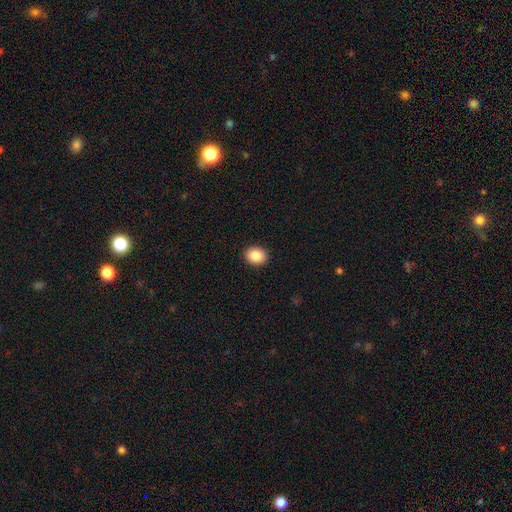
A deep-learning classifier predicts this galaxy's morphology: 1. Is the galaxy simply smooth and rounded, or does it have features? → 88% smooth, 8% star or artifact, 4% featured or disk.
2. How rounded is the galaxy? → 58% round, 41% in between, 1% cigar-shaped.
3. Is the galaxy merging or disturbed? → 92% none, 5% minor disturbance, 2% major disturbance, 1% merger.